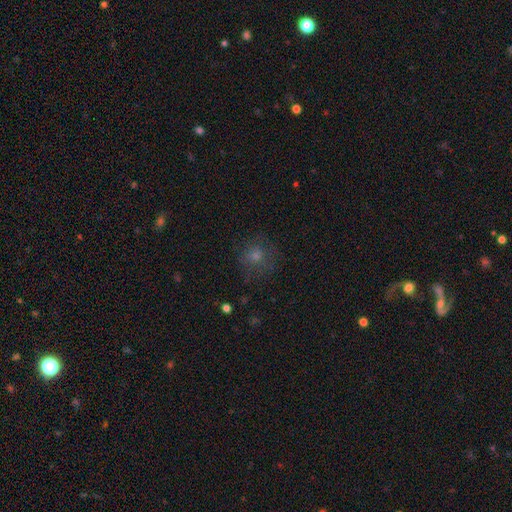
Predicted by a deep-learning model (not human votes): The model was most divided on "smooth or featured": smooth: 59%, star or artifact: 26%, featured or disk: 15%. More confident: how rounded — round (87%); merging — none (78%).